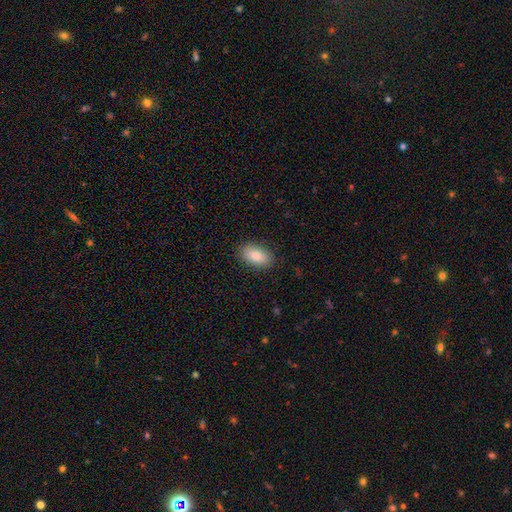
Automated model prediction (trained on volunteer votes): Smooth or featured: smooth — 85% (featured or disk — 8%)
How rounded: in between — 92% (round — 5%)
Merging: none — 88% (minor disturbance — 9%)